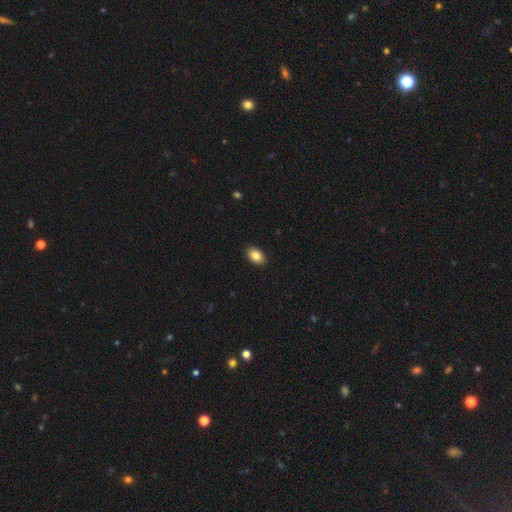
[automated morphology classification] Smooth or featured? Predicted: smooth (p=0.84). How rounded? Predicted: in between (p=0.90). Merging? Predicted: none (p=0.91).